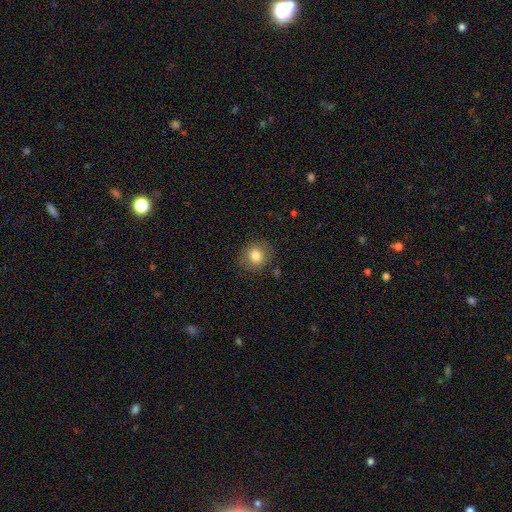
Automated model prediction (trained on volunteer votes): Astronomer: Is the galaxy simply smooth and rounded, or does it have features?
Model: smooth — 81%.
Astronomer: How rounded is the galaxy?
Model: round — 81%.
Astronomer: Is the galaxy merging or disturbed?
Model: none — 85%.